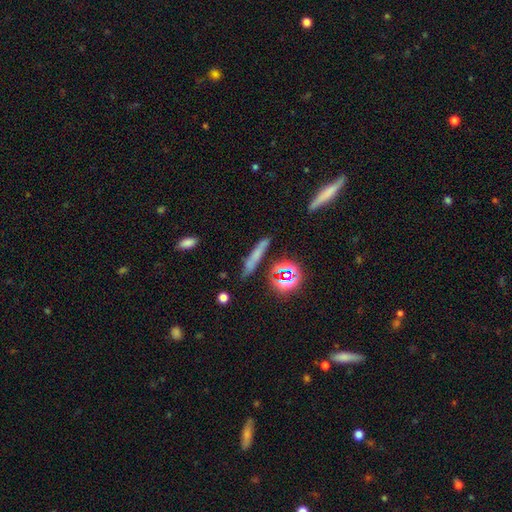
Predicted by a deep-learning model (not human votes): smooth-or-featured: smooth: 53% | featured or disk: 25% | star or artifact: 22%
  how-rounded: cigar-shaped: 82% | in between: 10% | round: 9%
  merging: none: 79% | minor disturbance: 13% | merger: 5% | major disturbance: 4%